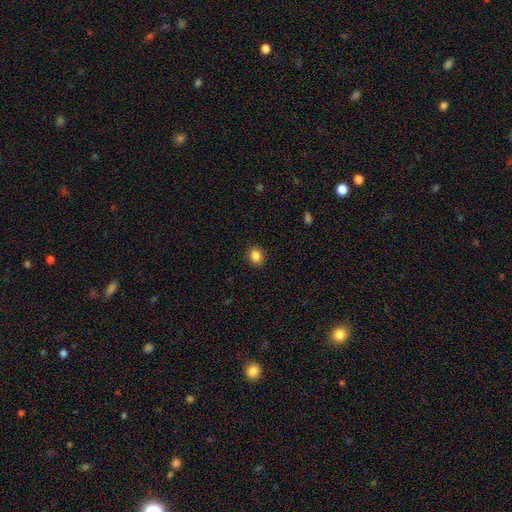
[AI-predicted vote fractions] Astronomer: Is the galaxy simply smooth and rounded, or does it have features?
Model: smooth — 86%.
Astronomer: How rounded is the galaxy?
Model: round — 65%.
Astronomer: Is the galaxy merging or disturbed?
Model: none — 90%.